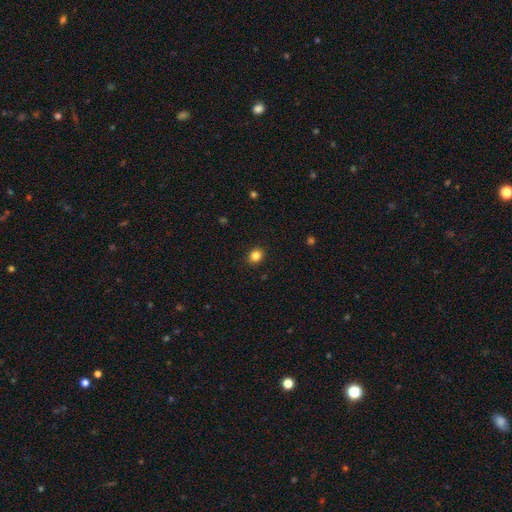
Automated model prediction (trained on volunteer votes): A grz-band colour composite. It shows a smooth galaxy with no disk features (84%) that is round (65%). Merging: none (91%).